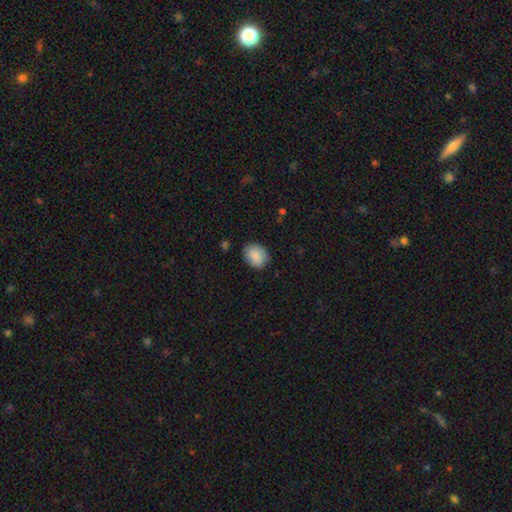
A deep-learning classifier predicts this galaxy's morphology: smooth-or-featured: smooth: 87% | star or artifact: 7% | featured or disk: 6%
  how-rounded: in between: 53% | round: 46% | cigar-shaped: 1%
  merging: none: 82% | minor disturbance: 14% | major disturbance: 3% | merger: 1%